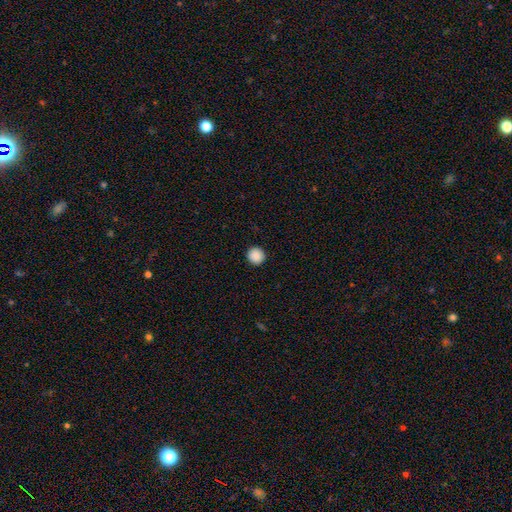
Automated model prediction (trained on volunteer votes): A smooth galaxy with no disk features (89%) that is round (95%).

Vote fractions:
- Smooth or featured? smooth: 89% / star or artifact: 9% / featured or disk: 2%
- How rounded? round: 95% / in between: 4% / cigar-shaped: 1%
- Merging? none: 93% / minor disturbance: 4% / major disturbance: 2% / merger: 1%